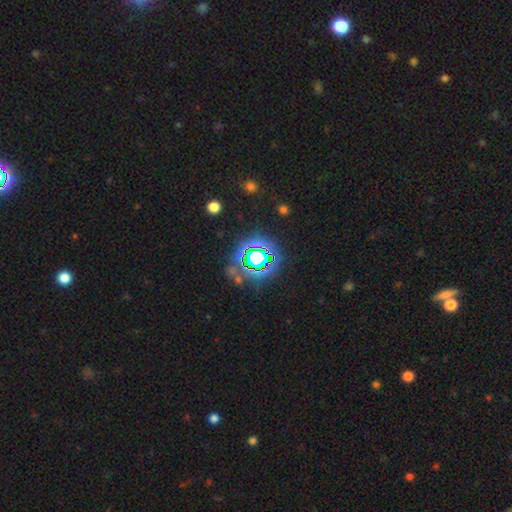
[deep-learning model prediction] This appears to be a star or artifact, not a galaxy (66%).